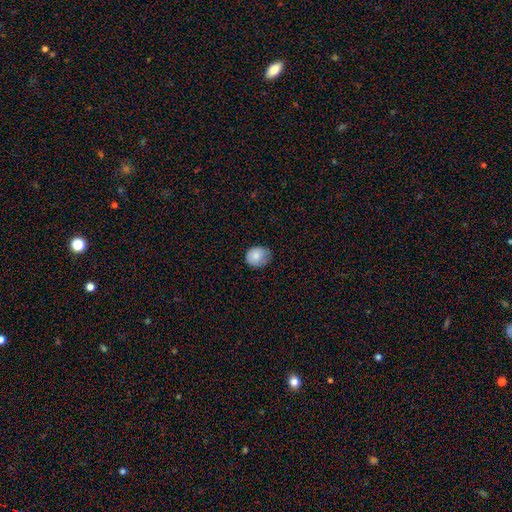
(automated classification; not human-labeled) Overall: smooth (82%). How rounded: round (69%; in between 30%). Merging: none (68%).